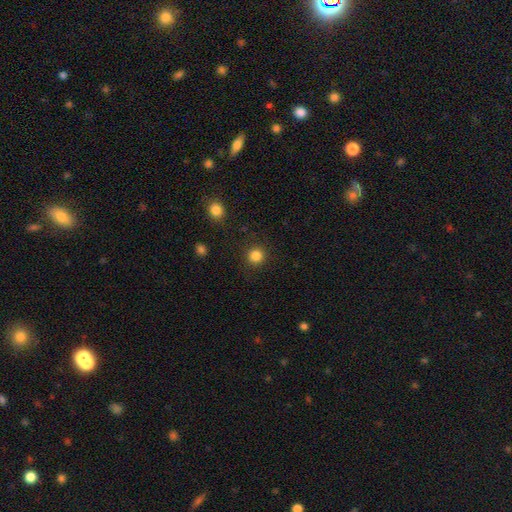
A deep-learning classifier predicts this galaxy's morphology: Smooth or featured: smooth — 84% (star or artifact — 12%)
How rounded: round — 94% (in between — 5%)
Merging: none — 91% (minor disturbance — 5%)